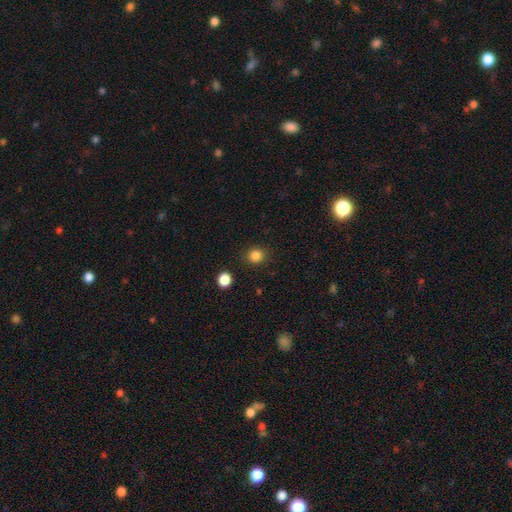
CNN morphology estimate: smooth-or-featured: smooth: 84% | star or artifact: 12% | featured or disk: 4%
  how-rounded: round: 87% | in between: 12% | cigar-shaped: 1%
  merging: none: 89% | minor disturbance: 7% | major disturbance: 2% | merger: 2%